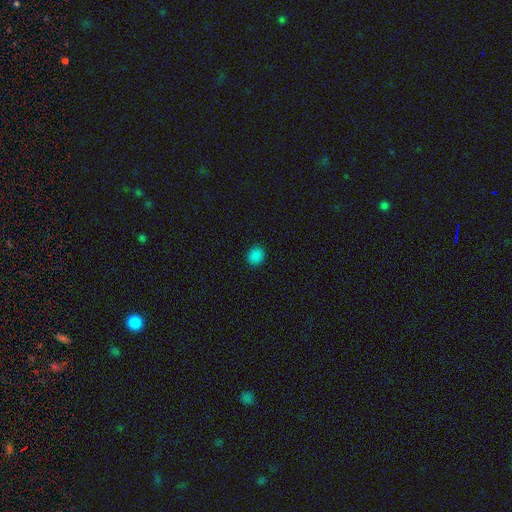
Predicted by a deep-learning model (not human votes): smooth 84%, star or artifact 13%, featured or disk 2%. Down the decision tree: how rounded — round (67%); merging — none (90%).